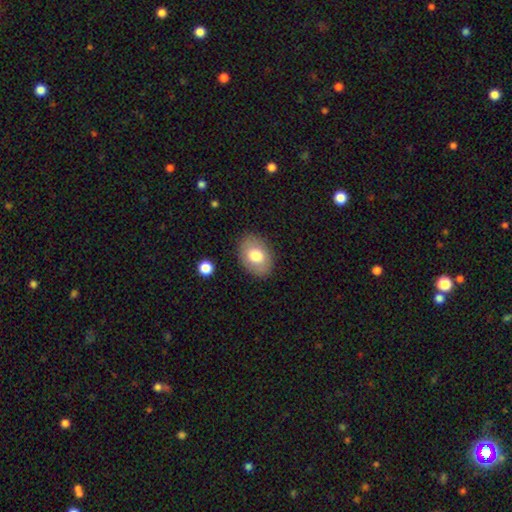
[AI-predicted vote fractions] Smooth or featured? Predicted: smooth (p=0.75). How rounded? Predicted: in between (p=0.77). Merging? Predicted: none (p=0.85).